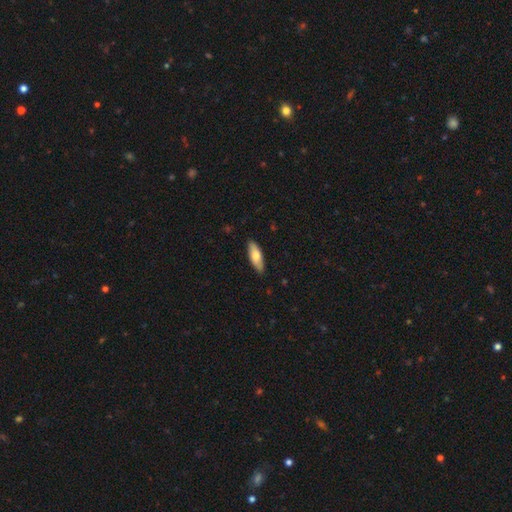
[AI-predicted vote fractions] smooth_or_featured: smooth (p=0.73) [alt: featured or disk p=0.22]
how_rounded: in between (p=0.63) [alt: cigar-shaped p=0.35]
merging: none (p=0.86) [alt: minor disturbance p=0.11]